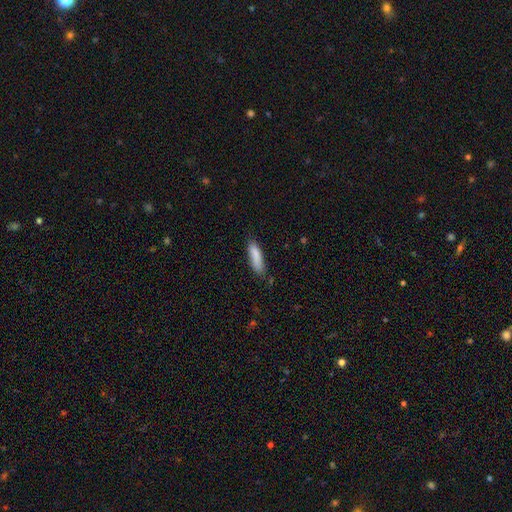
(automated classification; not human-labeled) This is clearly a smooth galaxy (86%). How rounded: likely cigar-shaped (60%). Merging: likely none (77%).